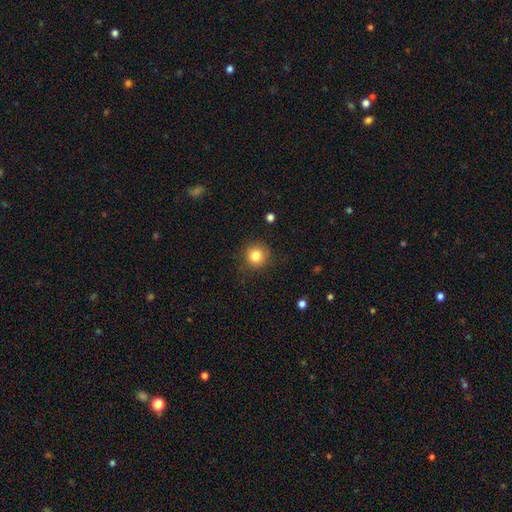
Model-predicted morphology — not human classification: A smooth galaxy with no disk features (82%) that is round (93%).

Vote fractions:
- Smooth or featured? smooth: 82% / star or artifact: 11% / featured or disk: 7%
- How rounded? round: 93% / in between: 6% / cigar-shaped: 1%
- Merging? none: 88% / minor disturbance: 8% / major disturbance: 3% / merger: 1%